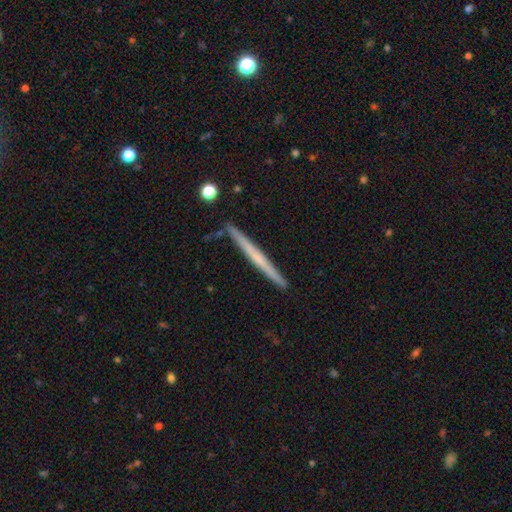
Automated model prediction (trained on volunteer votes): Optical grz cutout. It shows a featured or disk galaxy (52%) viewed edge-on (97%) with no central bulge (82%). Merging: none (89%).